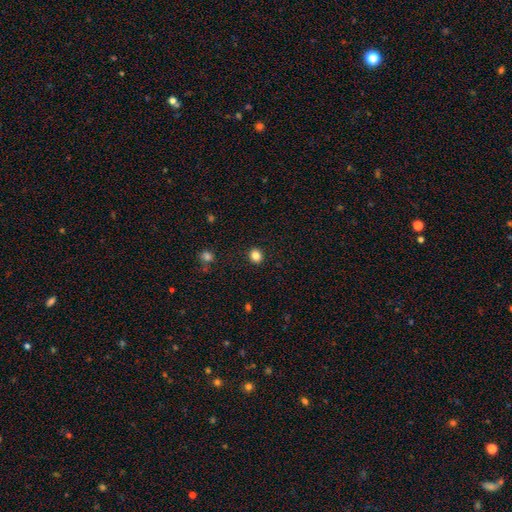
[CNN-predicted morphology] Q: Smooth or featured?
A: smooth (84%); runner-up: star or artifact (11%)
Q: How rounded?
A: round (75%); runner-up: in between (24%)
Q: Merging?
A: none (90%); runner-up: minor disturbance (6%)